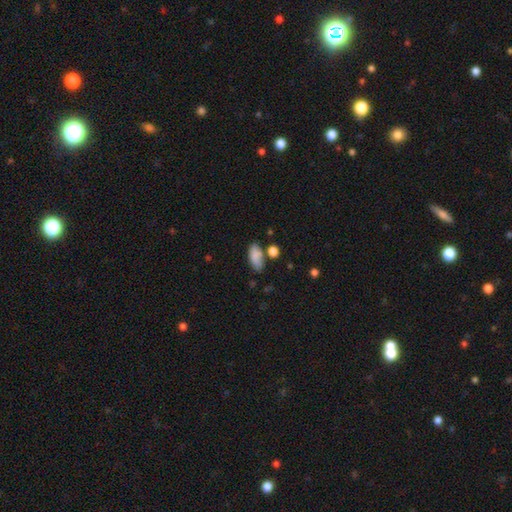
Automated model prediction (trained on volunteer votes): Smooth or featured: smooth — 84% (featured or disk — 8%)
How rounded: in between — 85% (cigar-shaped — 11%)
Merging: none — 62% (minor disturbance — 20%)